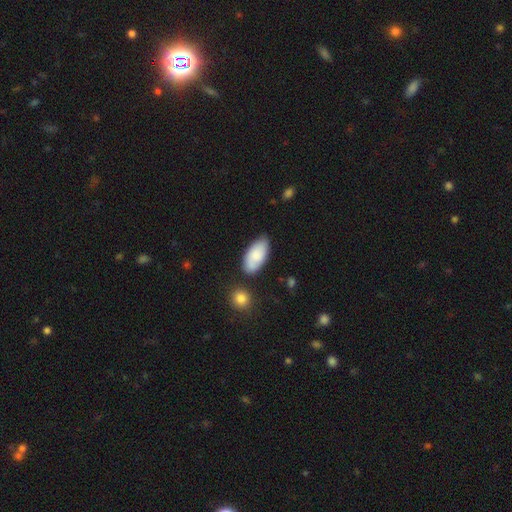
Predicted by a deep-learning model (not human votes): The model was most divided on "merging": none: 71%, minor disturbance: 19%, merger: 7%, major disturbance: 4%. More confident: how rounded — in between (94%); smooth or featured — smooth (81%).